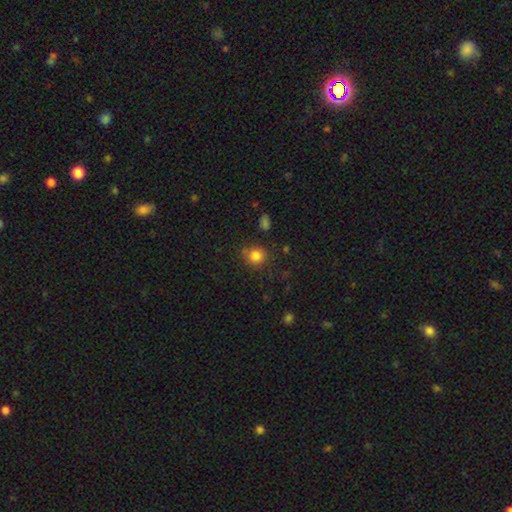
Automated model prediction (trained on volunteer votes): This is clearly a smooth galaxy (82%). How rounded: clearly round (86%). Merging: clearly none (81%).